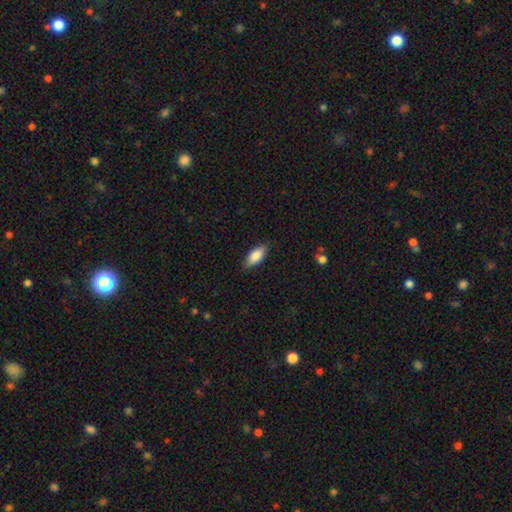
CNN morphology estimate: The model was most divided on "how rounded": in between: 83%, cigar-shaped: 15%, round: 2%. More confident: smooth or featured — smooth (85%); merging — none (83%).